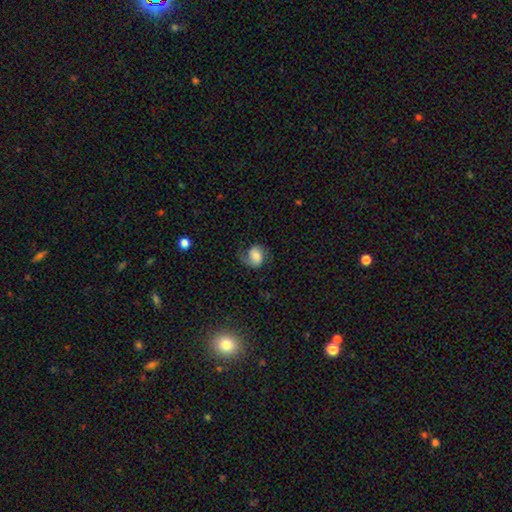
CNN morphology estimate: Overall: smooth (48%; featured or disk 42%). Merging: none (59%; minor disturbance 23%).